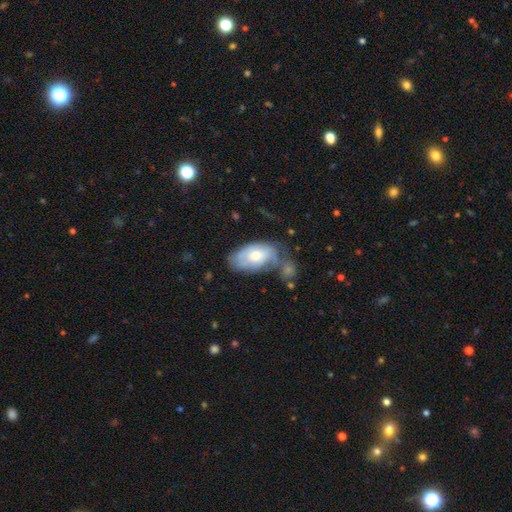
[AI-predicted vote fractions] Overall: smooth (51%; featured or disk 43%). How rounded: in between (91%). Merging: none (38%; minor disturbance 25%).